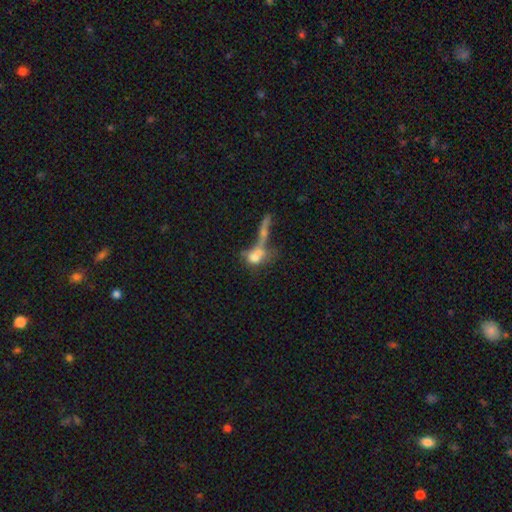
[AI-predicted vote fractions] This appears to be a smooth galaxy with no disk features (53%) that is in between round and cigar-shaped (60%). Merging: merger (54%).